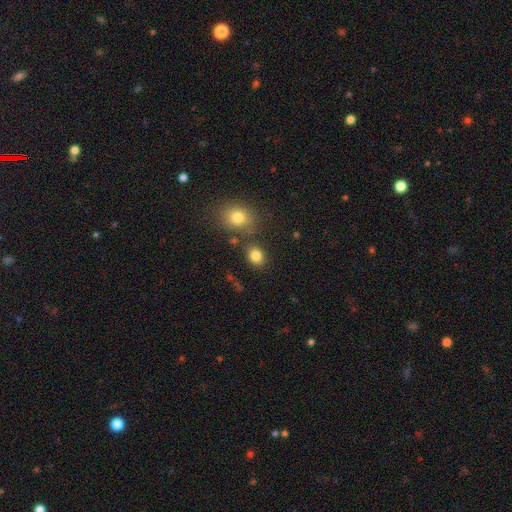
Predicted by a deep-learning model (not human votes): Smooth or featured? Predicted: smooth (p=0.83). How rounded? Predicted: round (p=0.55). Merging? Predicted: none (p=0.79).